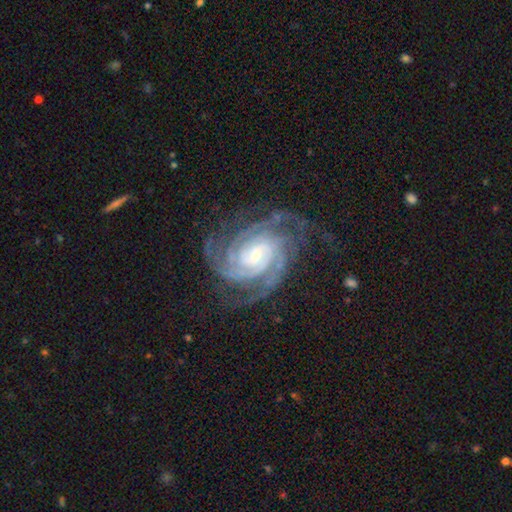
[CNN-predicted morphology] A featured or disk galaxy (92%) with no bar (49%), 4 (28%) tight (74%) spiral arms (99%) and a small central bulge (68%). Merging: none (75%).